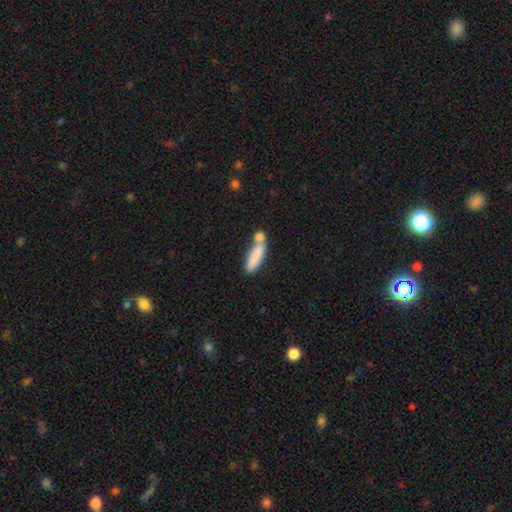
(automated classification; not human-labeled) Overall: smooth (80%). How rounded: cigar-shaped (67%; in between 30%). Merging: none (42%; merger 38%).